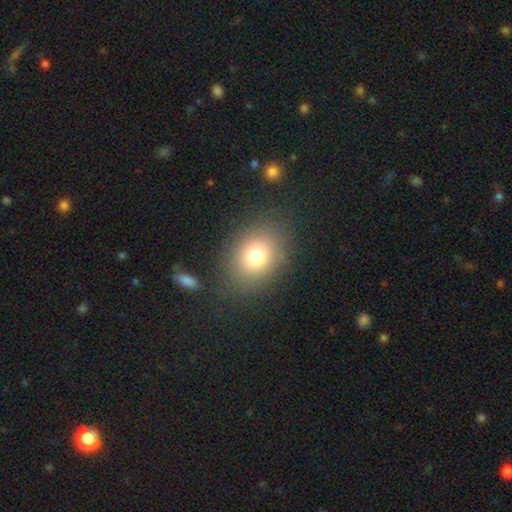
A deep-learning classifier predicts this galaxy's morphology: This appears to be a smooth galaxy with no disk features (76%) that is in between round and cigar-shaped (58%). Merging: none (81%).